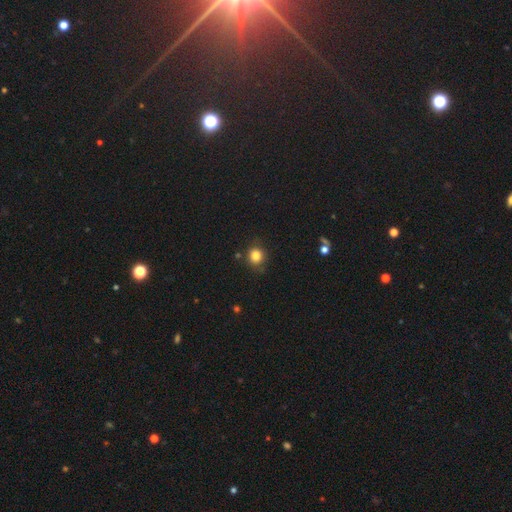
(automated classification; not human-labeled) Smooth or featured?
  - smooth: 83% *
  - star or artifact: 12%
  - featured or disk: 5%
How rounded?
  - round: 85% *
  - in between: 14%
  - cigar-shaped: 1%
Merging?
  - none: 80% *
  - minor disturbance: 14%
  - major disturbance: 3%
  - merger: 3%